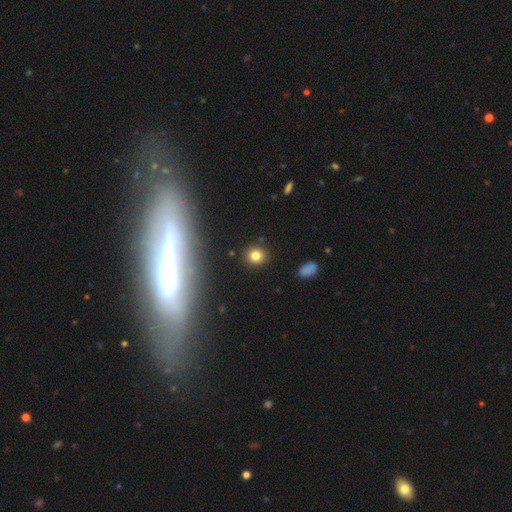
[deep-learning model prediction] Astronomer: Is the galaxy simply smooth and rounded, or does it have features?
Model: smooth — 81%.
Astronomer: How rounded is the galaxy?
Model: round — 82%.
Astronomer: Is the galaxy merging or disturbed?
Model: none — 90%.